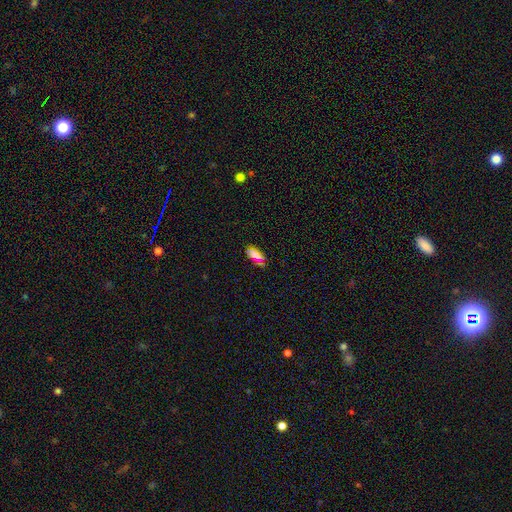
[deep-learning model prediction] This is likely a smooth galaxy (76%). How rounded: likely in between (79%). Merging: likely none (71%).